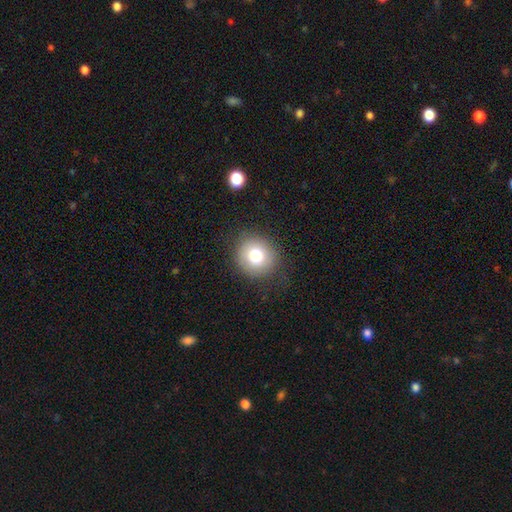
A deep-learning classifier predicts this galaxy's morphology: Smooth or featured: smooth — 76% (featured or disk — 12%)
How rounded: round — 89% (in between — 10%)
Merging: none — 84% (minor disturbance — 11%)